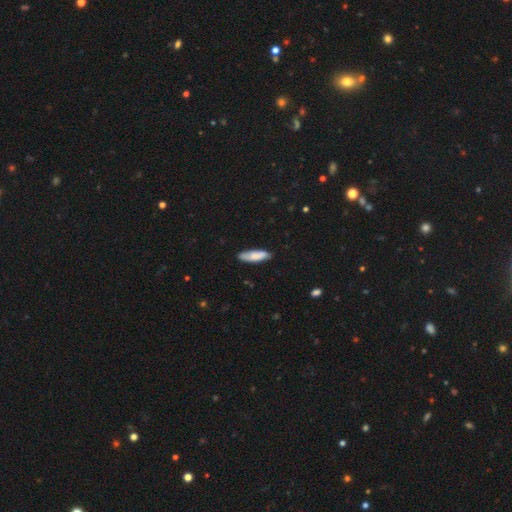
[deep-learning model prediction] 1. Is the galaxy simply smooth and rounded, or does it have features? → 81% smooth, 13% featured or disk, 6% star or artifact.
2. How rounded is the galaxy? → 56% cigar-shaped, 43% in between, 2% round.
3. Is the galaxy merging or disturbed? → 84% none, 13% minor disturbance, 2% major disturbance, 1% merger.